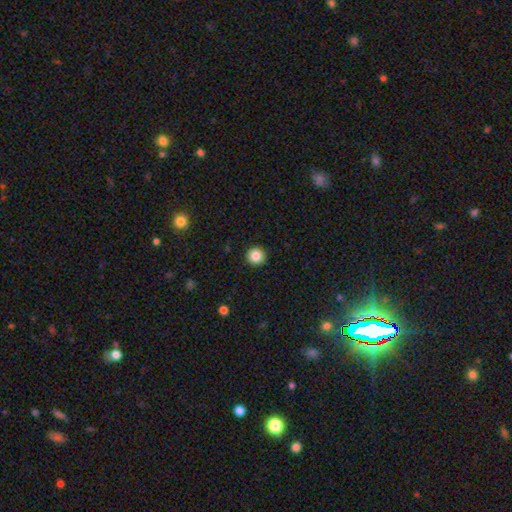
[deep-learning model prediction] Smooth or featured? Predicted: smooth (p=0.85). How rounded? Predicted: round (p=0.96). Merging? Predicted: none (p=0.93).